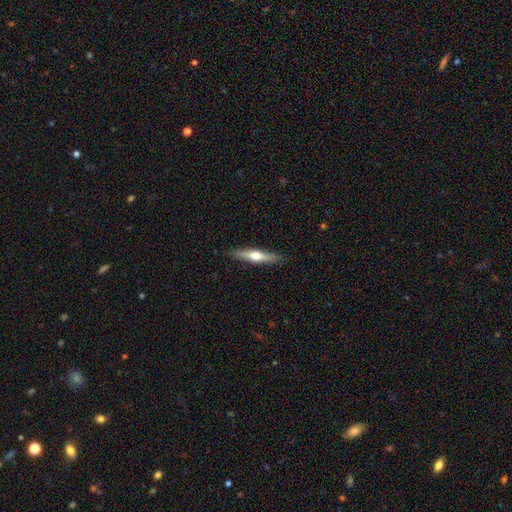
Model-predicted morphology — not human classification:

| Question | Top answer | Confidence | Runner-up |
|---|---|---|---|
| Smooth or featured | featured or disk | 56% | smooth (39%) |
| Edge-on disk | yes | 95% | no (5%) |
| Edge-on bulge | rounded | 92% | none (5%) |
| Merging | none | 90% | minor disturbance (8%) |